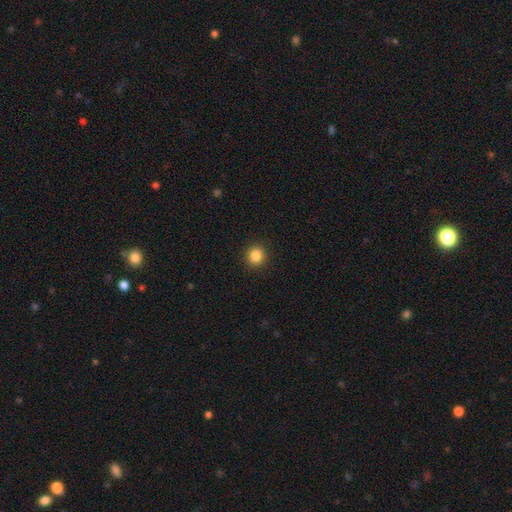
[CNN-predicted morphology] This appears to be a smooth galaxy with no disk features (86%) that is round (92%). Merging: none (92%).